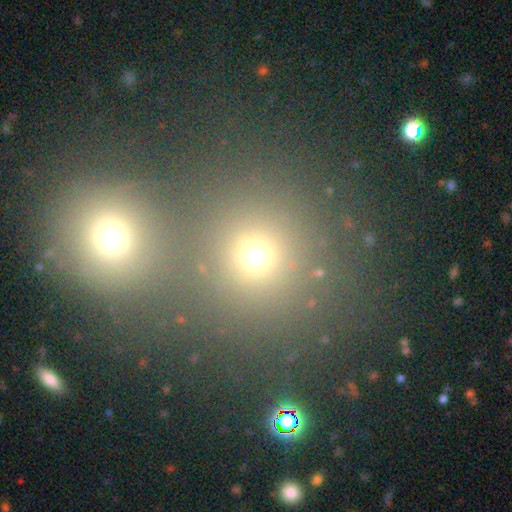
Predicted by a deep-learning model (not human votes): A smooth galaxy with no disk features (65%) that is round (83%). Merging: none (68%).